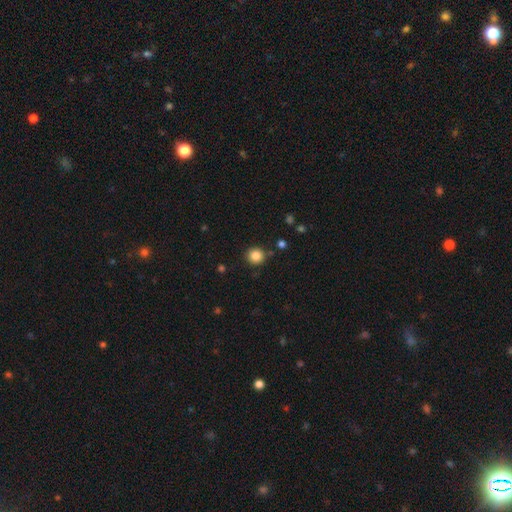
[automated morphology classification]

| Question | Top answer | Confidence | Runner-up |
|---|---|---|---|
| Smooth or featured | smooth | 86% | star or artifact (11%) |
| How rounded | round | 91% | in between (8%) |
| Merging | none | 86% | minor disturbance (8%) |